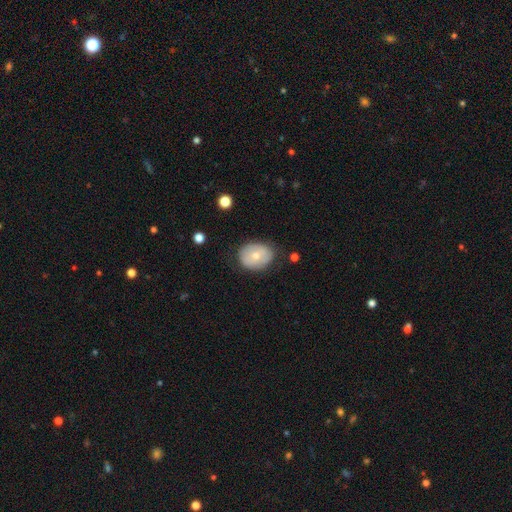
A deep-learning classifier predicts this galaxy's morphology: This is likely a smooth galaxy (64%). How rounded: possibly in between (55%). Merging: likely none (72%).